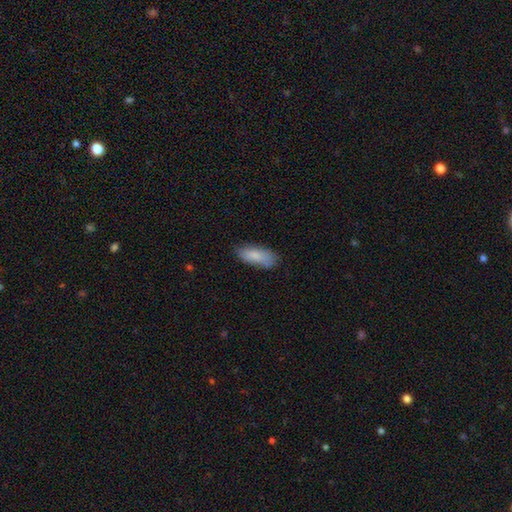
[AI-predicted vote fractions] This appears to be a smooth galaxy with no disk features (84%) that is in between round and cigar-shaped (77%). Merging: none (74%).